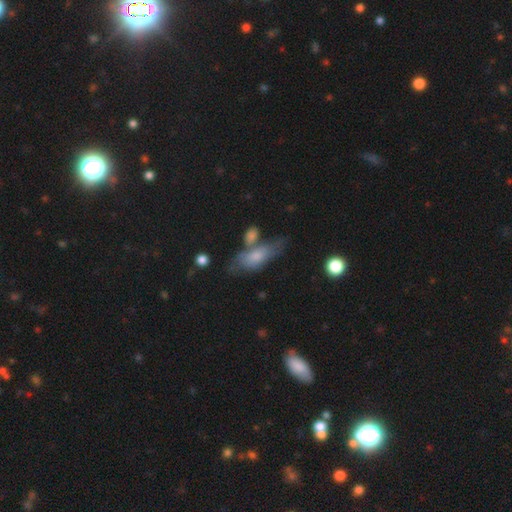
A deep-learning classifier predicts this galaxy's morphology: Smooth or featured? Predicted: smooth (p=0.67). How rounded? Predicted: in between (p=0.79). Merging? Predicted: none (p=0.34).